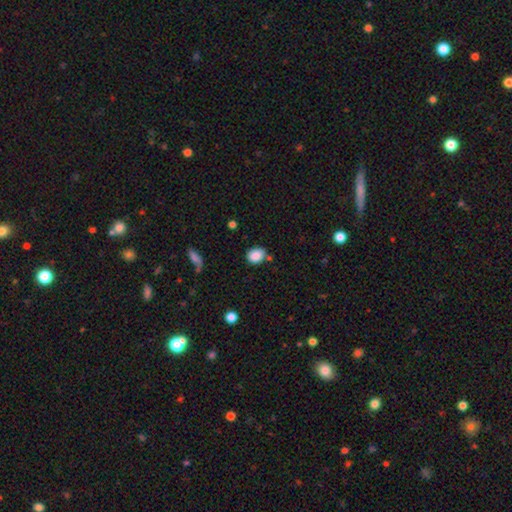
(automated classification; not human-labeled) The model was most divided on "how rounded": round: 53%, in between: 46%, cigar-shaped: 1%. More confident: smooth or featured — smooth (87%); merging — none (72%).